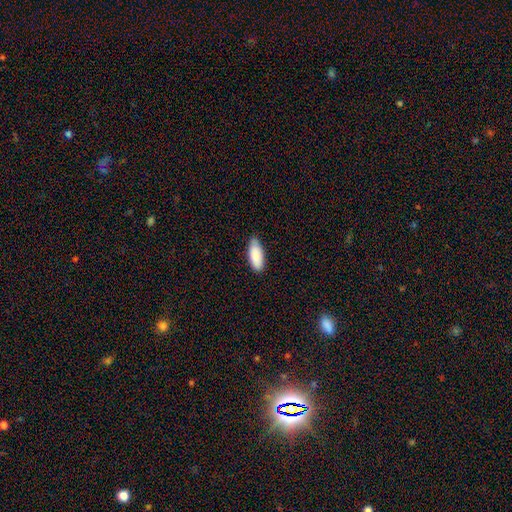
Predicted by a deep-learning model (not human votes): A smooth galaxy with no disk features (88%) that is in between round and cigar-shaped (84%). Merging: none (78%).